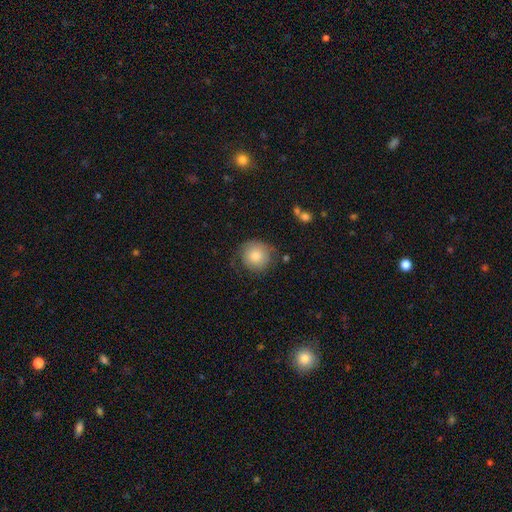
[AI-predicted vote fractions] Overall: smooth (78%). How rounded: round (92%). Merging: none (68%).